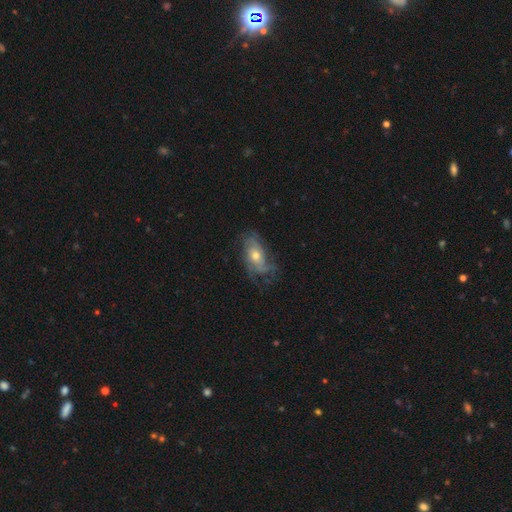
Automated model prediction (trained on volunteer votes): The model was most divided on "spiral winding": tight: 41%, medium: 38%, loose: 21%. Remaining: edge-on disk — no (92%); spiral arms — yes (81%); bar — no (76%); smooth or featured — featured or disk (69%); bulge size — moderate (64%); merging — none (56%); spiral arm count — can't tell (44%).